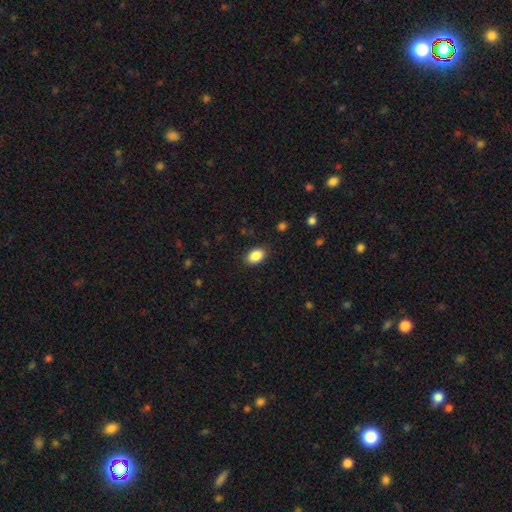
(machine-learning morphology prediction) The model was most divided on "how rounded": in between: 85%, round: 14%, cigar-shaped: 1%. More confident: smooth or featured — smooth (88%); merging — none (88%).